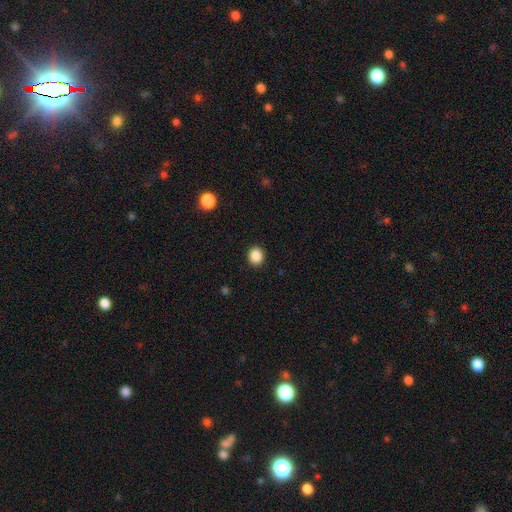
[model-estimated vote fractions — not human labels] Overall: smooth (88%). How rounded: round (71%). Merging: none (91%).